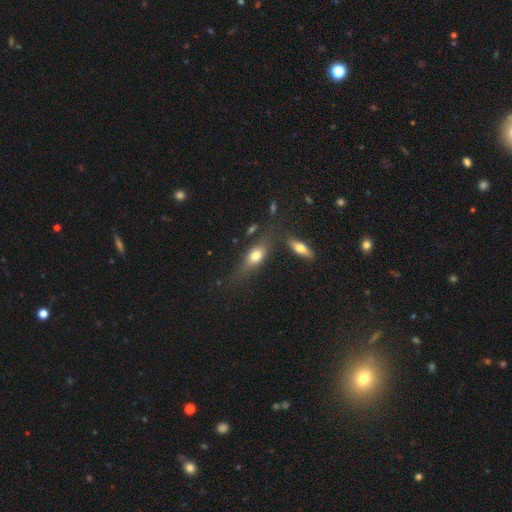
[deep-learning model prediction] A smooth galaxy with no disk features (68%) that is in between round and cigar-shaped (69%).

Vote fractions:
- Smooth or featured? smooth: 68% / featured or disk: 23% / star or artifact: 9%
- How rounded? in between: 69% / cigar-shaped: 23% / round: 7%
- Merging? none: 63% / minor disturbance: 19% / merger: 9% / major disturbance: 8%